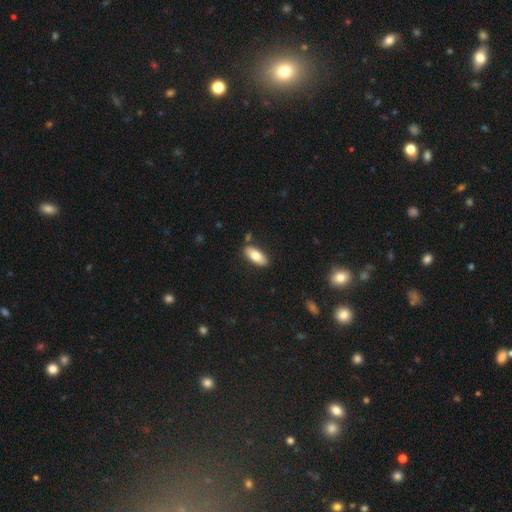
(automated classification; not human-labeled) Smooth or featured: smooth — 78% (featured or disk — 16%)
How rounded: in between — 83% (cigar-shaped — 15%)
Merging: none — 83% (minor disturbance — 11%)